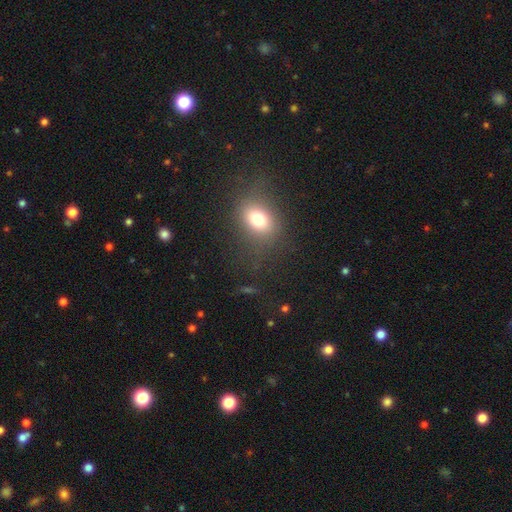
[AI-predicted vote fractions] A smooth galaxy with no disk features (65%) that is in between round and cigar-shaped (56%). Merging: none (82%).